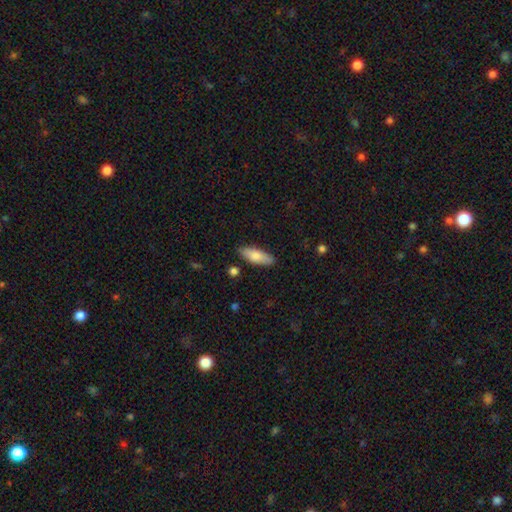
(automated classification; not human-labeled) smooth-or-featured: smooth: 77% | featured or disk: 17% | star or artifact: 6%
  how-rounded: in between: 62% | cigar-shaped: 36% | round: 2%
  merging: none: 85% | minor disturbance: 11% | major disturbance: 2% | merger: 2%